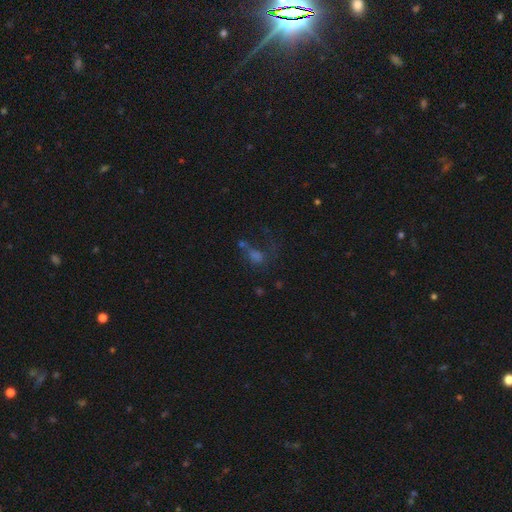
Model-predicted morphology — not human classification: Overall: smooth (43%; star or artifact 34%). Merging: none (36%; major disturbance 33%).